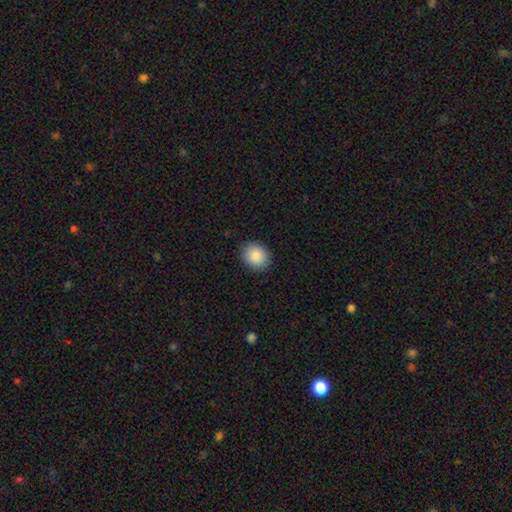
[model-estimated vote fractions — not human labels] A smooth galaxy with no disk features (88%) that is round (60%).

Vote fractions:
- Smooth or featured? smooth: 88% / star or artifact: 8% / featured or disk: 5%
- How rounded? round: 60% / in between: 39% / cigar-shaped: 1%
- Merging? none: 89% / minor disturbance: 8% / major disturbance: 2% / merger: 1%